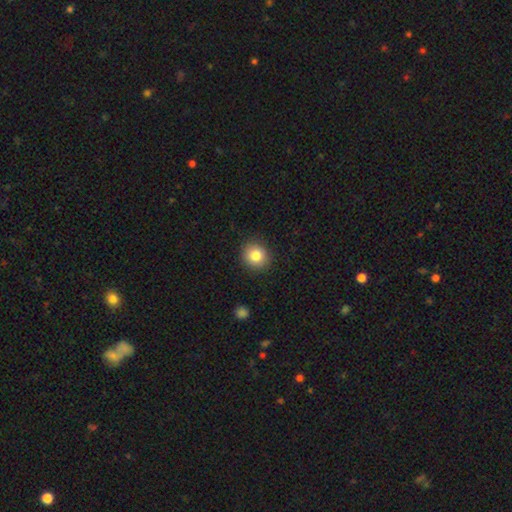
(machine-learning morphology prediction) A smooth galaxy with no disk features (82%) that is round (86%). Merging: none (90%).